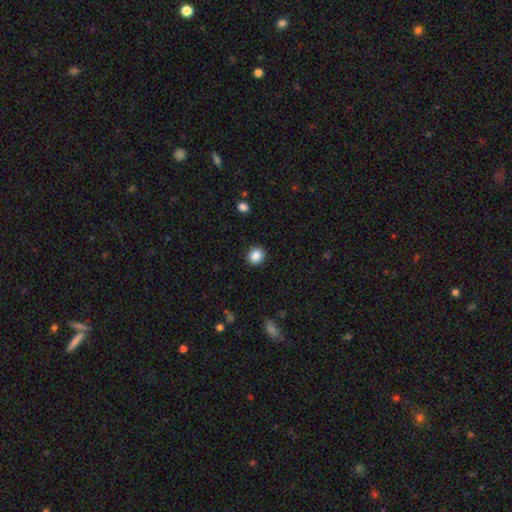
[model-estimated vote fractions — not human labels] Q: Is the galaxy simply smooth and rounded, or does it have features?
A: smooth — 88%.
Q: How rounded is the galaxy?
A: round — 77%.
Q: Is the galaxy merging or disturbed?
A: none — 89%.